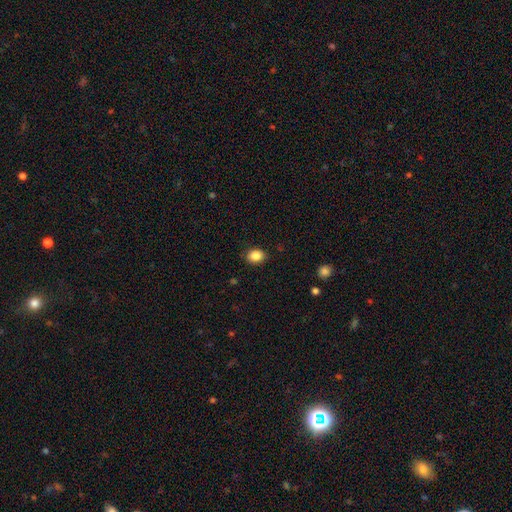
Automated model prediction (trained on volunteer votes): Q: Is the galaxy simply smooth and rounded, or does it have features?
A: smooth — 86%.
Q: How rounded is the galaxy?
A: in between — 65%.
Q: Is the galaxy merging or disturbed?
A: none — 87%.